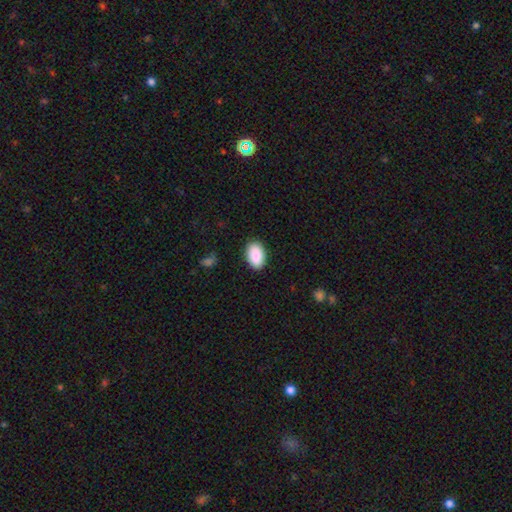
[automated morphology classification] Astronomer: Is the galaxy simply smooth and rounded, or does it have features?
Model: smooth — 90%.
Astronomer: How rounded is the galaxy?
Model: in between — 92%.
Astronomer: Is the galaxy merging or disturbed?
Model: none — 88%.